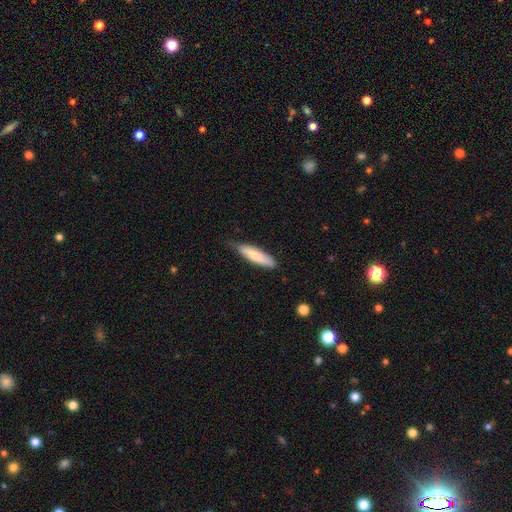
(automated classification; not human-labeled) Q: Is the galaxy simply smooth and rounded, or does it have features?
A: smooth — 80%.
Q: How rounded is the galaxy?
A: cigar-shaped — 72%.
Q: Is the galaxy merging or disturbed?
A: none — 67%.